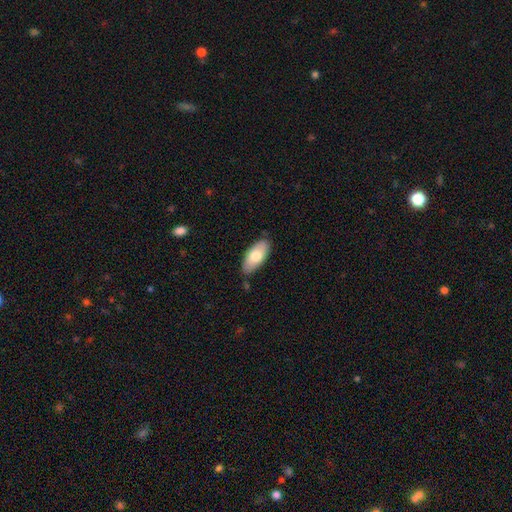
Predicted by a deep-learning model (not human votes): Smooth or featured? Predicted: smooth (p=0.75). How rounded? Predicted: in between (p=0.90). Merging? Predicted: none (p=0.81).